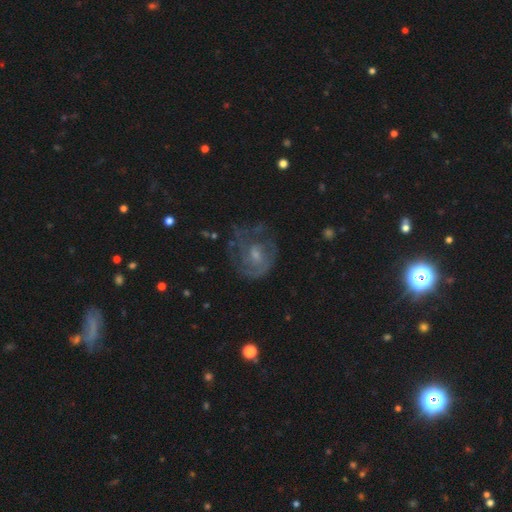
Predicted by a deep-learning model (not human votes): Overall: featured or disk (70%). Edge-on disk: no (97%). Bar: no (59%; weak 35%). Spiral arms: yes (76%). Spiral arm count: can't tell (46%; 2 25%). Spiral winding: tight (48%; medium 37%). Bulge size: small (51%; moderate 36%). Merging: none (54%; major disturbance 22%).